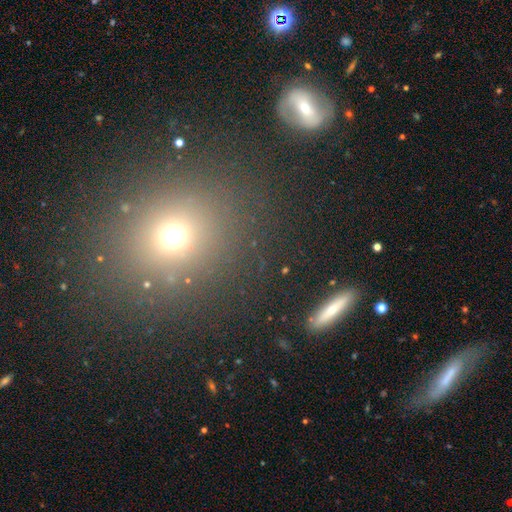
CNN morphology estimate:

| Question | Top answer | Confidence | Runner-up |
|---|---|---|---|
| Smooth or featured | smooth | 55% | star or artifact (31%) |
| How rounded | round | 75% | in between (20%) |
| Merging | none | 84% | minor disturbance (9%) |